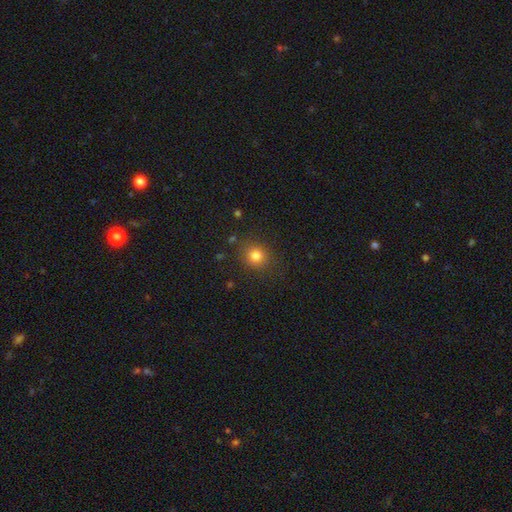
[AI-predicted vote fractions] A smooth galaxy with no disk features (80%) that is round (84%). Merging: none (85%).